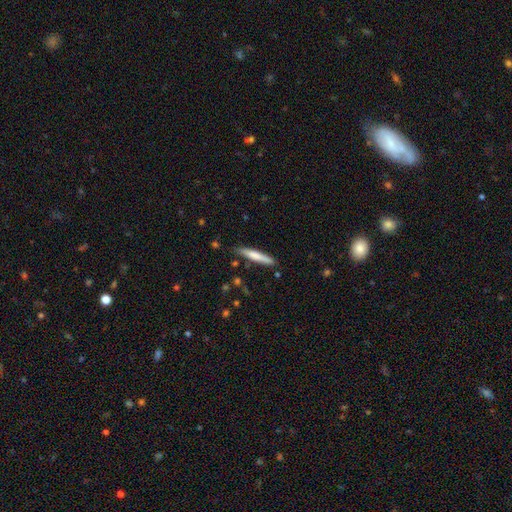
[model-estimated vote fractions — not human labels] Morphology: type=smooth (69%); roundness=cigar-shaped (93%); merging=none (82%).